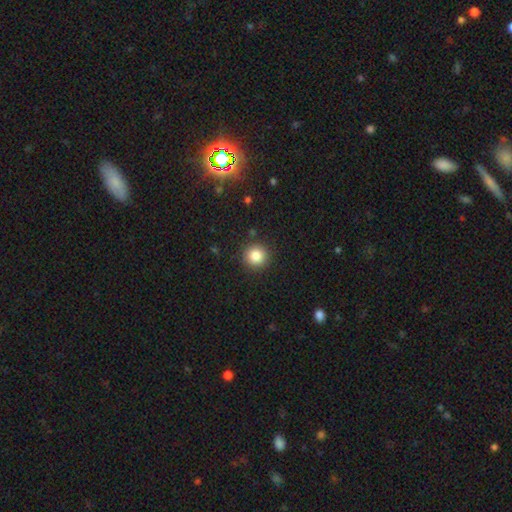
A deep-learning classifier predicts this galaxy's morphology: Smooth or featured? smooth (84%)
How rounded? round (94%)
Merging? none (91%)